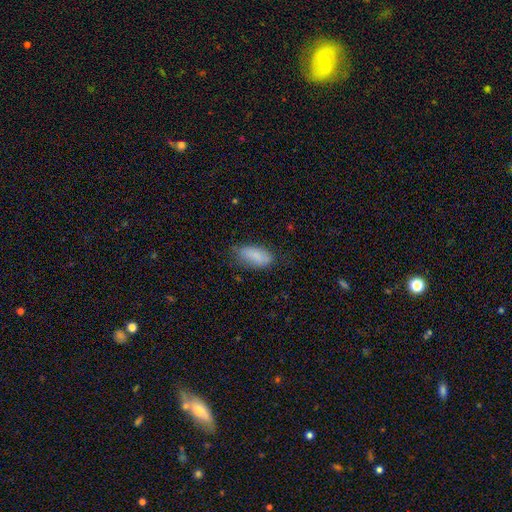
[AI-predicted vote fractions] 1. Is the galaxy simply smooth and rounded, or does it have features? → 85% smooth, 8% featured or disk, 7% star or artifact.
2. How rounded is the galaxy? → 87% in between, 10% cigar-shaped, 3% round.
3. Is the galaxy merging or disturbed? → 67% none, 25% minor disturbance, 6% major disturbance, 2% merger.